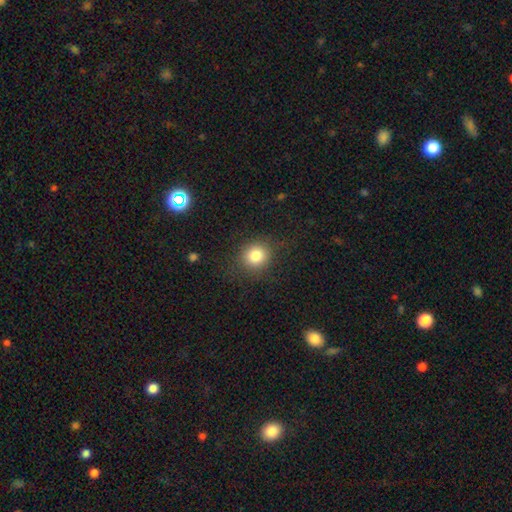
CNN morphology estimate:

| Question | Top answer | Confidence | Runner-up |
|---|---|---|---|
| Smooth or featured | smooth | 82% | star or artifact (11%) |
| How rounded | round | 84% | in between (15%) |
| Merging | none | 84% | minor disturbance (10%) |